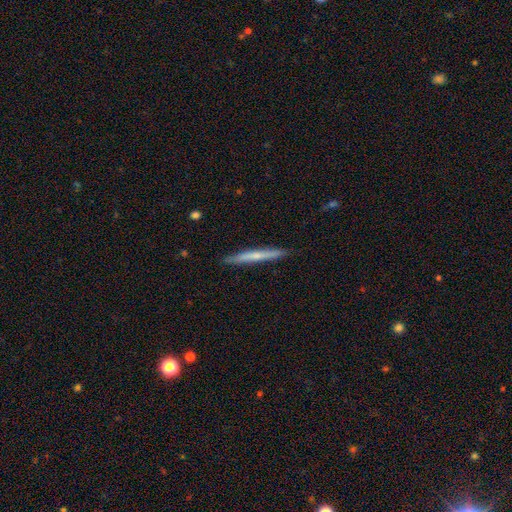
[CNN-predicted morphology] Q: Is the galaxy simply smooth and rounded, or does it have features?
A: smooth — 48%.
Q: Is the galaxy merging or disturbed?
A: none — 90%.